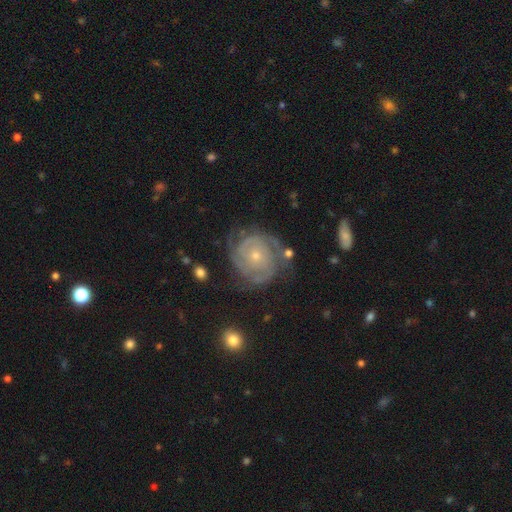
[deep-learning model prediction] smooth_or_featured: featured or disk (p=0.84) [alt: smooth p=0.10]
disk_edge_on: no (p=0.98) [alt: yes p=0.02]
bar: no (p=0.81) [alt: weak p=0.16]
has_spiral_arms: yes (p=0.94) [alt: no p=0.06]
spiral_winding: tight (p=0.73) [alt: medium p=0.22]
spiral_arm_count: 2 (p=0.32) [alt: can't tell p=0.28]
bulge_size: small (p=0.64) [alt: moderate p=0.33]
merging: none (p=0.70) [alt: minor disturbance p=0.18]